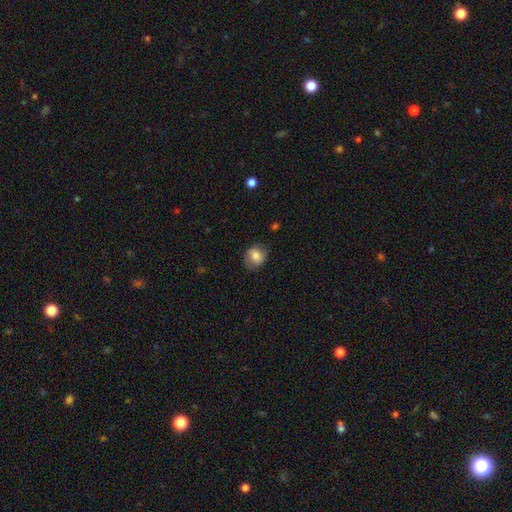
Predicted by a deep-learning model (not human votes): Smooth or featured: smooth — 71% (featured or disk — 20%)
How rounded: round — 66% (in between — 33%)
Merging: none — 70% (minor disturbance — 22%)